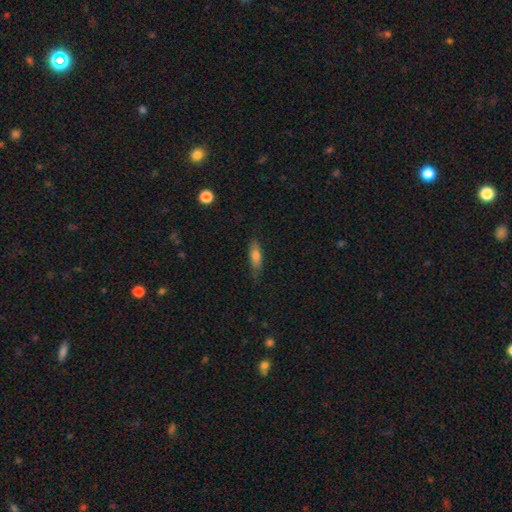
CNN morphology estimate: type=smooth (71%); roundness=in between (50%); merging=none (74%).